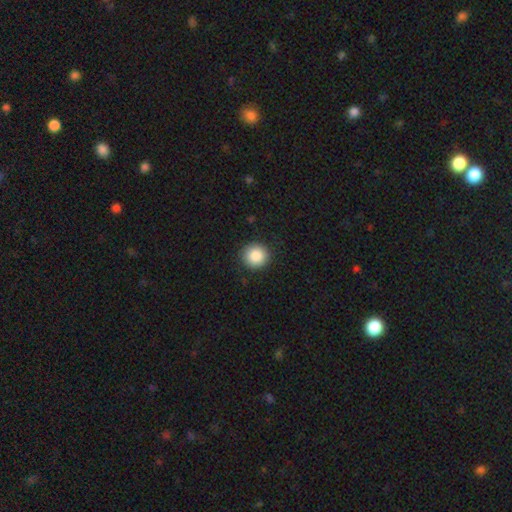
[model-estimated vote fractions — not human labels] smooth 87%, star or artifact 9%, featured or disk 4%. Down the decision tree: how rounded — round (94%); merging — none (91%).